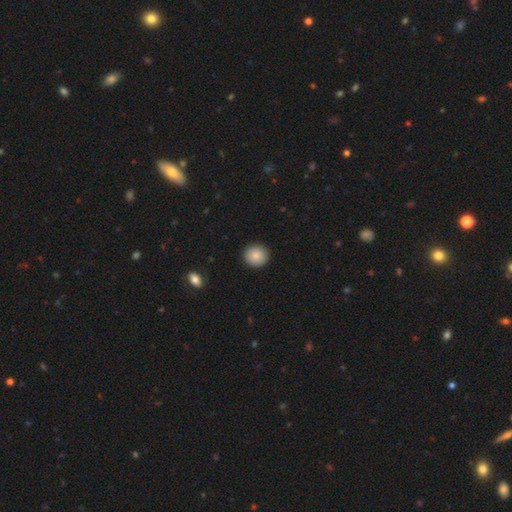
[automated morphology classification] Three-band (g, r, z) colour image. It shows a smooth galaxy with no disk features (86%) that is round (87%). Merging: none (92%).